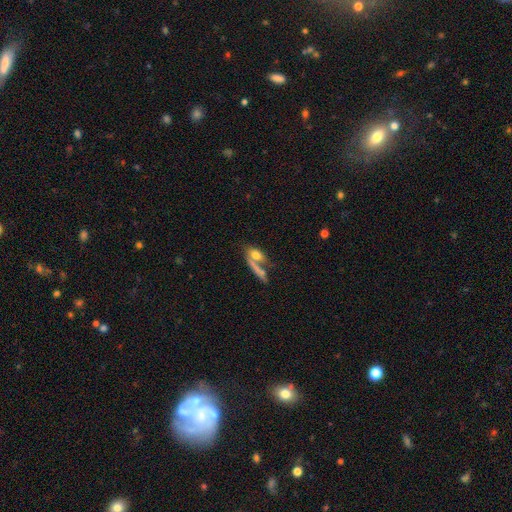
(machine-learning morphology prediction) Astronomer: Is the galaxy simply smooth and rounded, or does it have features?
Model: smooth — 66%.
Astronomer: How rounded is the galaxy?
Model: in between — 60%.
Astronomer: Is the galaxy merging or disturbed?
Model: merger — 44% (runner-up: none, 36%).